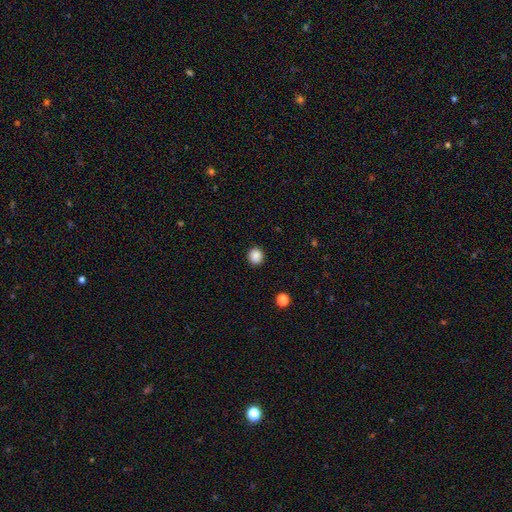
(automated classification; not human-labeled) smooth 87%, star or artifact 10%, featured or disk 3%. Down the decision tree: how rounded — round (89%); merging — none (91%).